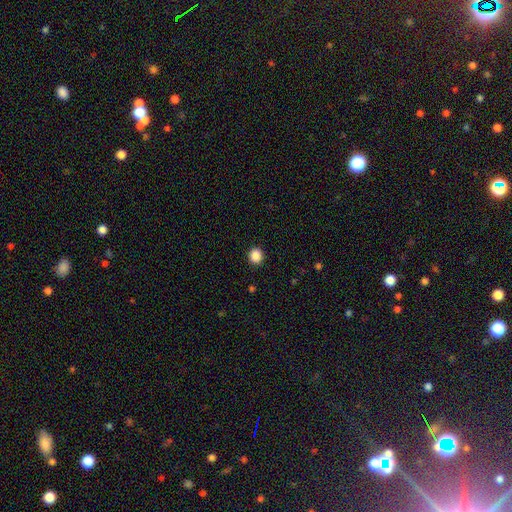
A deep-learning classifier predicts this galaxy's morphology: A smooth galaxy with no disk features (88%) that is round (86%). Merging: none (92%).